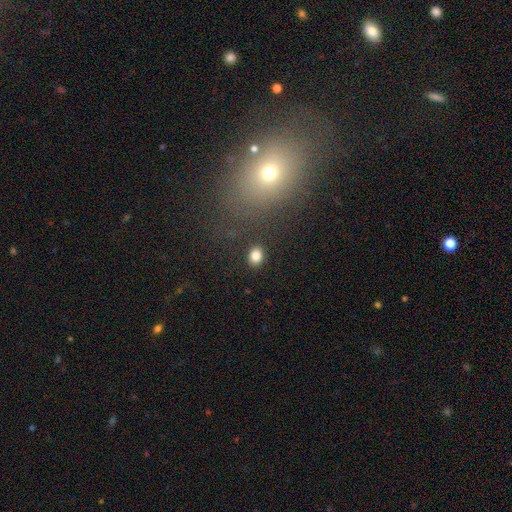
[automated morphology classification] Smooth or featured? Predicted: smooth (p=0.84). How rounded? Predicted: in between (p=0.51). Merging? Predicted: none (p=0.87).